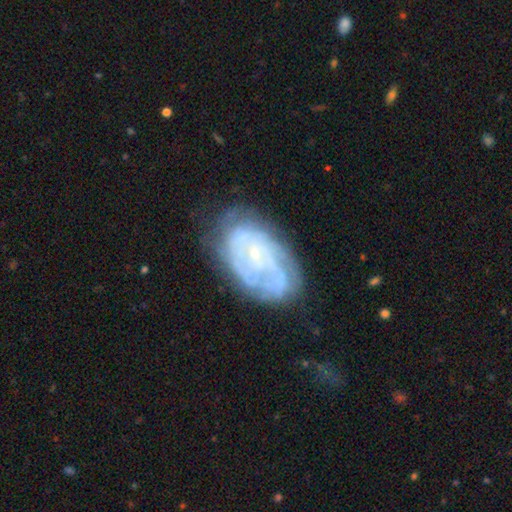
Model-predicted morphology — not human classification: type=featured or disk (76%); edge-on=no (96%); bar=no (74%); spiral arms=yes (80%); winding=tight (66%); arm count=can't tell (51%); bulge=small (82%); merging=none (62%).